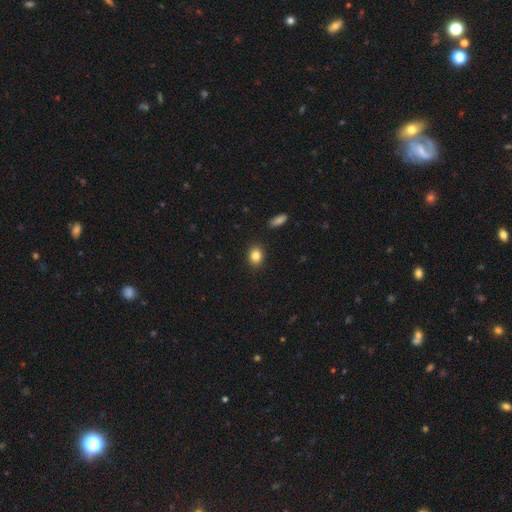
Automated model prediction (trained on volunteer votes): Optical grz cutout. It shows a smooth galaxy with no disk features (85%) that is round (52%). Merging: none (90%).